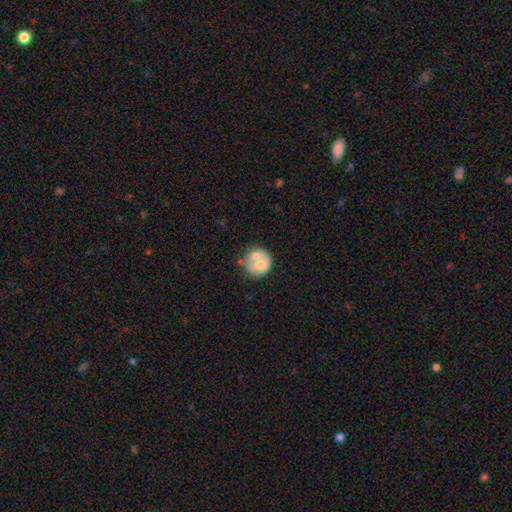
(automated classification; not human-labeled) Smooth or featured? smooth (61%)
How rounded? round (79%)
Merging? merger (41%)